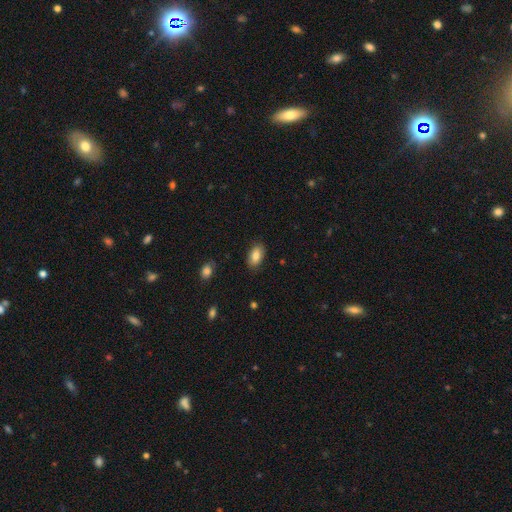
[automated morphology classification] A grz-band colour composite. It shows a smooth galaxy with no disk features (84%) that is in between round and cigar-shaped (92%). Merging: none (85%).